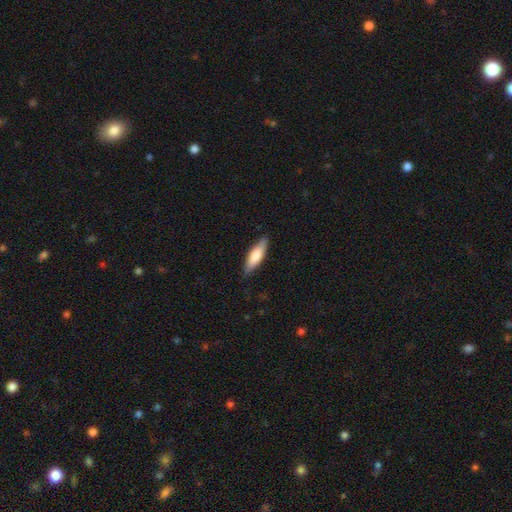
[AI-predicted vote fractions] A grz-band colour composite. It shows a smooth galaxy with no disk features (76%) that is cigar-shaped (55%). Merging: none (84%).